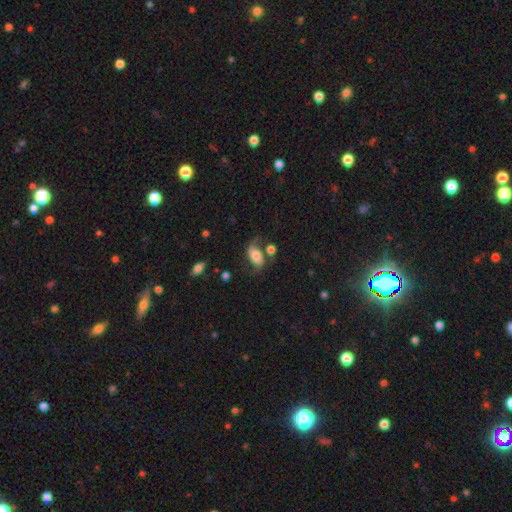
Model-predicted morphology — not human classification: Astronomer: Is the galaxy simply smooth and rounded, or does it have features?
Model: featured or disk — 48% (runner-up: smooth, 42%).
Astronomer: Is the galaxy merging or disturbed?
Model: none — 46% (runner-up: minor disturbance, 22%).